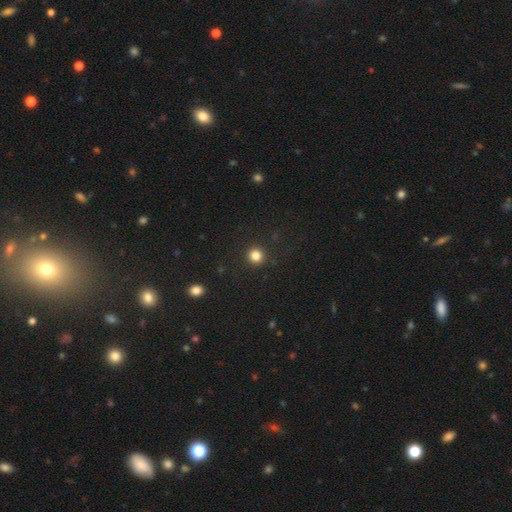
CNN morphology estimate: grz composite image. It shows a smooth galaxy with no disk features (83%) that is round (94%). Merging: none (92%).